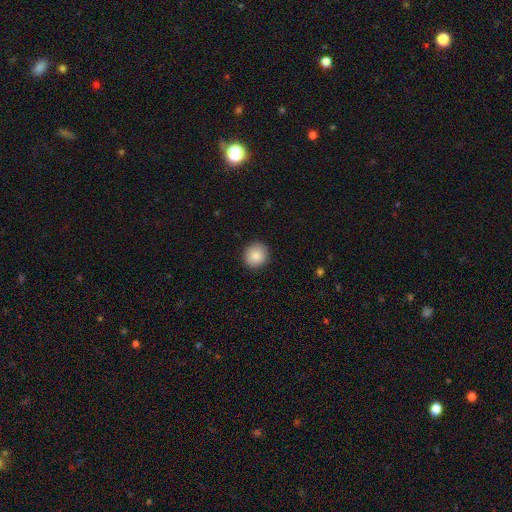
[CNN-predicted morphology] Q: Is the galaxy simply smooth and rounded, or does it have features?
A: smooth — 87%.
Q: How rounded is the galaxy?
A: round — 89%.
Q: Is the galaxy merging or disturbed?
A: none — 91%.